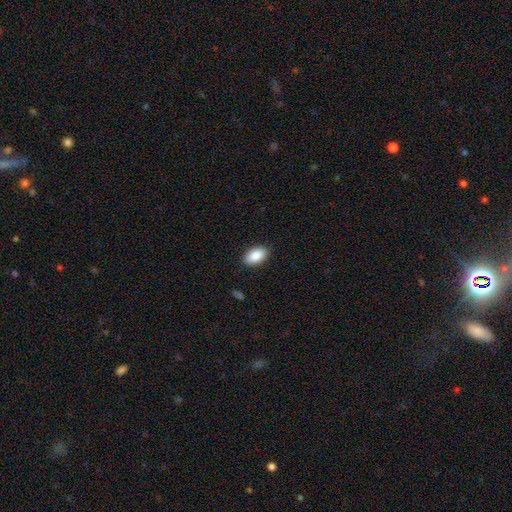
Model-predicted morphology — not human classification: The model was most divided on "merging": none: 88%, minor disturbance: 8%, major disturbance: 2%, merger: 1%. More confident: how rounded — in between (92%); smooth or featured — smooth (88%).